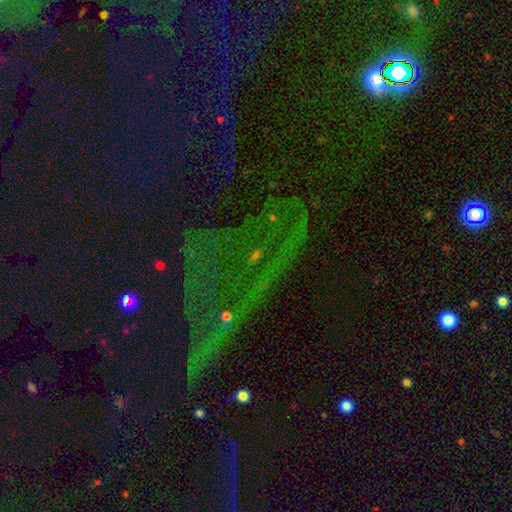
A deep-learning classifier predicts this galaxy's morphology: The model was most divided on "smooth or featured": star or artifact: 69%, featured or disk: 17%, smooth: 15%.